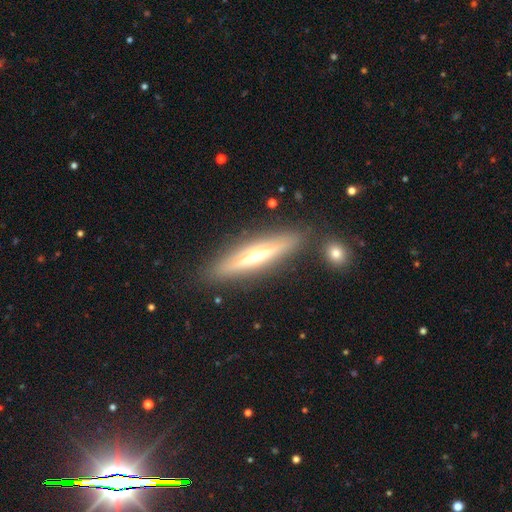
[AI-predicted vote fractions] Smooth or featured? Predicted: featured or disk (p=0.67). Edge-on disk? Predicted: yes (p=0.91). Edge-on bulge? Predicted: rounded (p=0.84). Merging? Predicted: none (p=0.84).